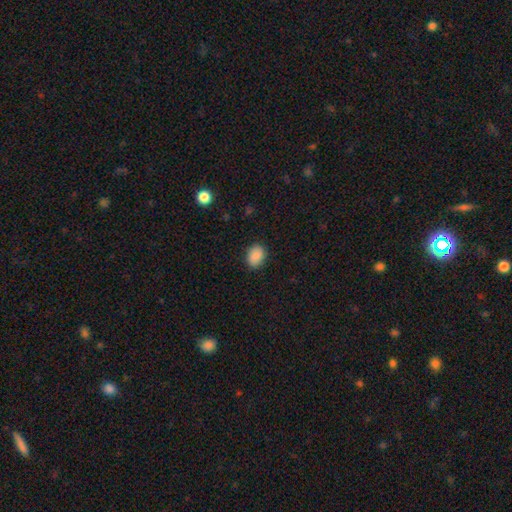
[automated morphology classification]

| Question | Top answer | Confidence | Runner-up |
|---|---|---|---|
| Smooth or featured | smooth | 88% | star or artifact (8%) |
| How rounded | in between | 68% | round (31%) |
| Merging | none | 86% | minor disturbance (10%) |